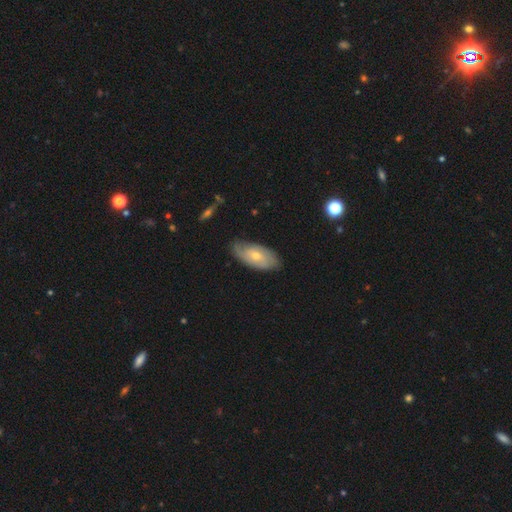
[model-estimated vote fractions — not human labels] Smooth or featured?
  - featured or disk: 57% *
  - smooth: 36%
  - star or artifact: 7%
Edge-on disk?
  - no: 89% *
  - yes: 11%
Bar?
  - no: 74% *
  - weak: 22%
  - strong: 4%
Spiral arms?
  - yes: 77% *
  - no: 23%
Bulge size?
  - small: 52% *
  - moderate: 45%
  - large: 2%
  - none: 1%
  - dominant: 1%
Merging?
  - none: 77% *
  - minor disturbance: 19%
  - major disturbance: 4%
  - merger: 1%